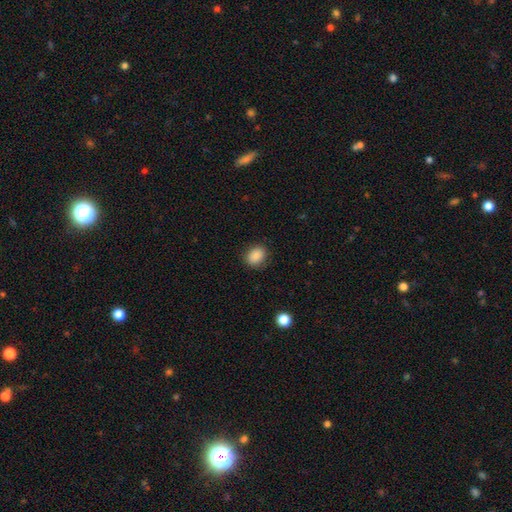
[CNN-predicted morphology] The model was most divided on "how rounded": round: 52%, in between: 47%, cigar-shaped: 1%. More confident: smooth or featured — smooth (87%); merging — none (81%).